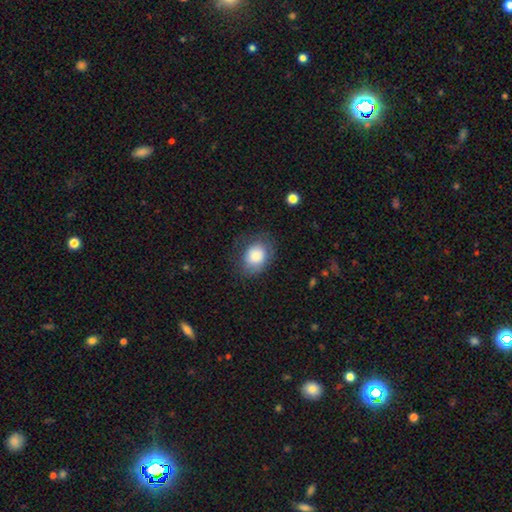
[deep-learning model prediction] This appears to be a smooth galaxy with no disk features (83%) that is in between round and cigar-shaped (59%). Merging: none (71%).